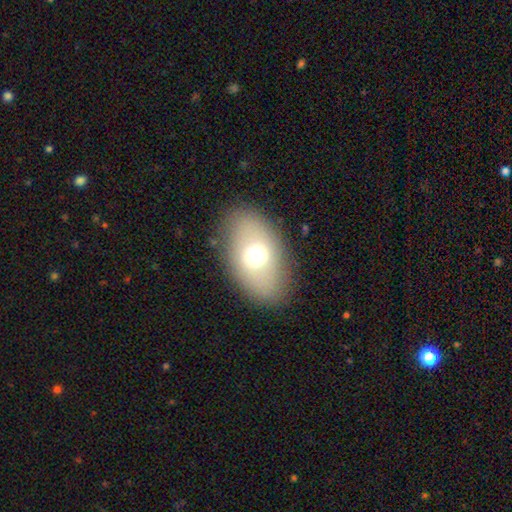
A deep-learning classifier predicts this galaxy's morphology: Smooth or featured: smooth — 64% (featured or disk — 27%)
How rounded: in between — 88% (round — 10%)
Merging: none — 84% (minor disturbance — 10%)